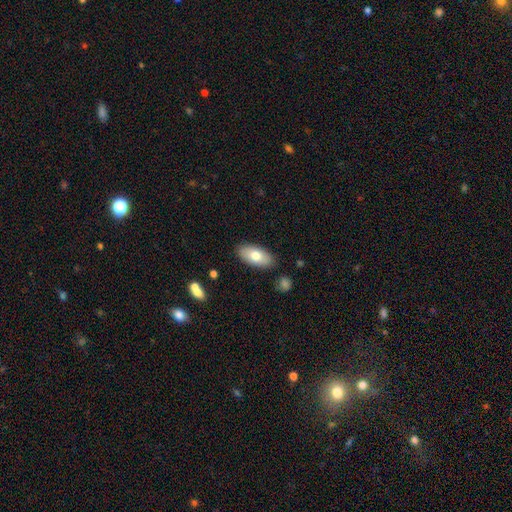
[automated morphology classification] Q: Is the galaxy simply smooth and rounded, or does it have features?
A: smooth — 74%.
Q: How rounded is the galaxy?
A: in between — 91%.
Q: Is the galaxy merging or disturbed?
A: none — 85%.